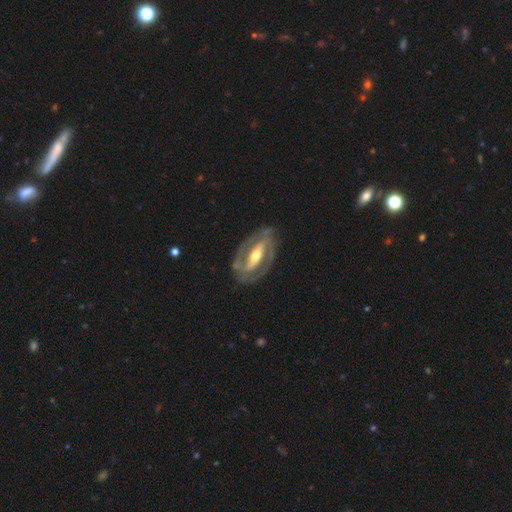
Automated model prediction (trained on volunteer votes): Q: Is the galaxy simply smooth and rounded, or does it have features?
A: featured or disk — 87%.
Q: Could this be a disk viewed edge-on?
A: no — 94%.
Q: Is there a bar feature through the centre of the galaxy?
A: strong — 63%.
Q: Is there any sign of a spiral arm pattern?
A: yes — 86%.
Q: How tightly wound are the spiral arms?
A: tight — 51%.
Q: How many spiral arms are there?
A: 2 — 88%.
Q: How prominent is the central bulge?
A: moderate — 67%.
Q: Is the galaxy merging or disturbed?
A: none — 82%.